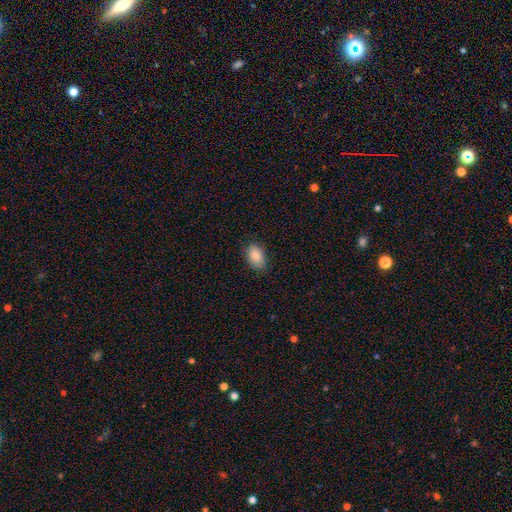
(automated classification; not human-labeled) smooth-or-featured: smooth: 86% | star or artifact: 7% | featured or disk: 7%
  how-rounded: in between: 87% | round: 12% | cigar-shaped: 1%
  merging: none: 84% | minor disturbance: 13% | major disturbance: 3% | merger: 1%